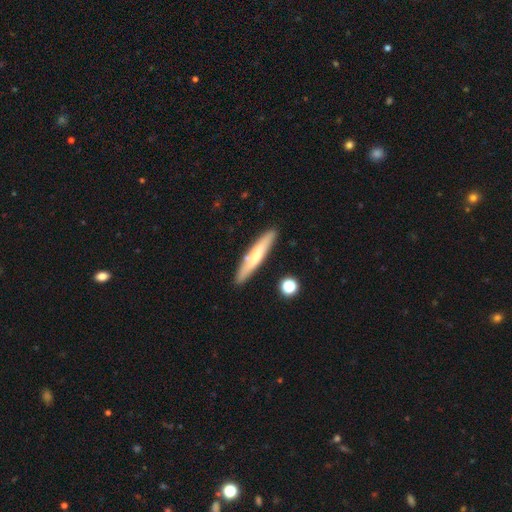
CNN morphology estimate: Q: Smooth or featured?
A: smooth (53%); runner-up: featured or disk (41%)
Q: How rounded?
A: cigar-shaped (90%); runner-up: in between (9%)
Q: Merging?
A: none (84%); runner-up: minor disturbance (10%)